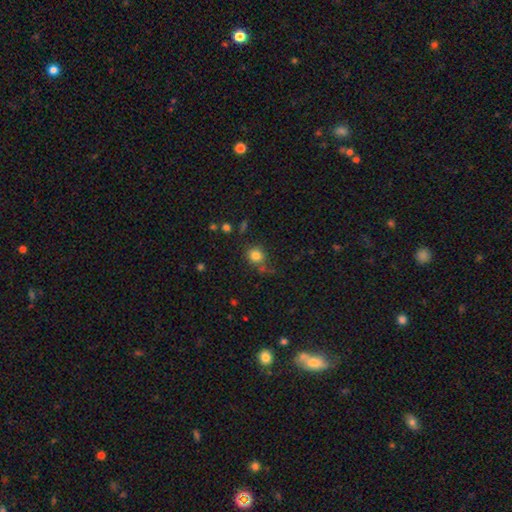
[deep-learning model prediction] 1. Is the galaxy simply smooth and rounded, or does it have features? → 80% smooth, 13% star or artifact, 7% featured or disk.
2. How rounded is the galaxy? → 81% round, 18% in between, 1% cigar-shaped.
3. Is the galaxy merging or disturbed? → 66% none, 19% minor disturbance, 8% major disturbance, 7% merger.